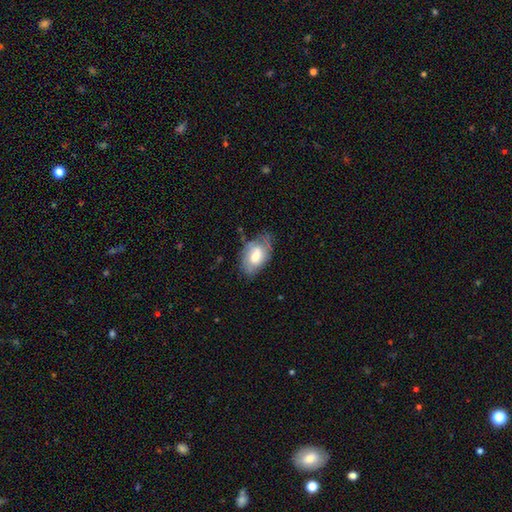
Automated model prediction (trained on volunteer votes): Q: Smooth or featured?
A: smooth (52%); runner-up: featured or disk (42%)
Q: How rounded?
A: in between (91%); runner-up: round (7%)
Q: Merging?
A: none (54%); runner-up: minor disturbance (32%)